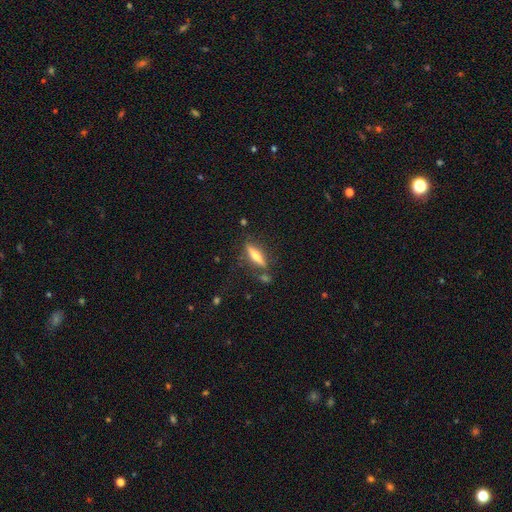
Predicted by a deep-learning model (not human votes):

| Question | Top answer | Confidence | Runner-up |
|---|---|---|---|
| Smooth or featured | smooth | 51% | featured or disk (42%) |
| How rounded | cigar-shaped | 80% | in between (18%) |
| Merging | none | 77% | minor disturbance (13%) |